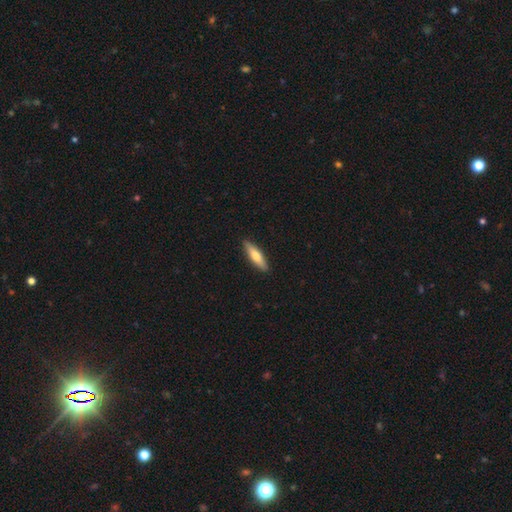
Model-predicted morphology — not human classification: smooth-or-featured: smooth: 65% | featured or disk: 30% | star or artifact: 5%
  how-rounded: cigar-shaped: 71% | in between: 27% | round: 2%
  merging: none: 90% | minor disturbance: 7% | major disturbance: 1% | merger: 1%